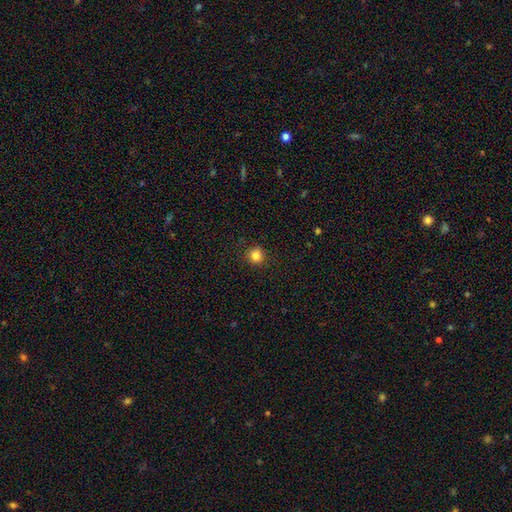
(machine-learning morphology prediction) A smooth galaxy with no disk features (84%) that is round (91%). Merging: none (90%).